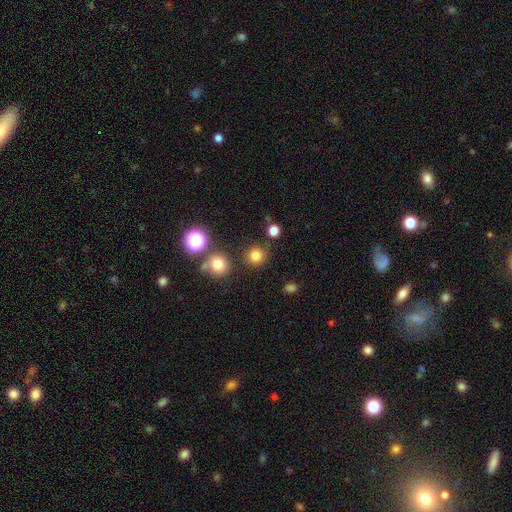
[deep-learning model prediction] Morphology: type=smooth (79%); roundness=round (92%); merging=none (83%).